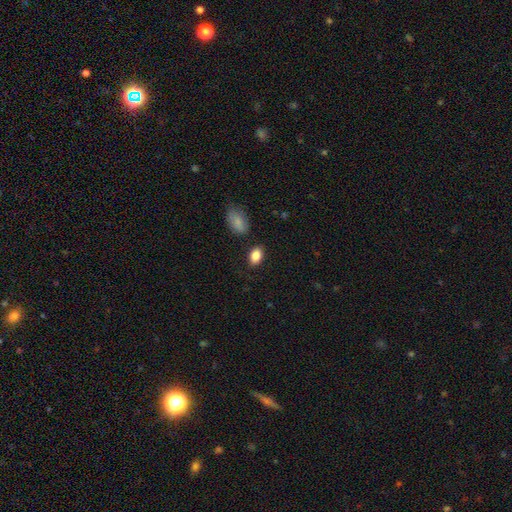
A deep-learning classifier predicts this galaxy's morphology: Smooth or featured: smooth — 86% (star or artifact — 8%)
How rounded: in between — 86% (round — 12%)
Merging: none — 84% (minor disturbance — 10%)